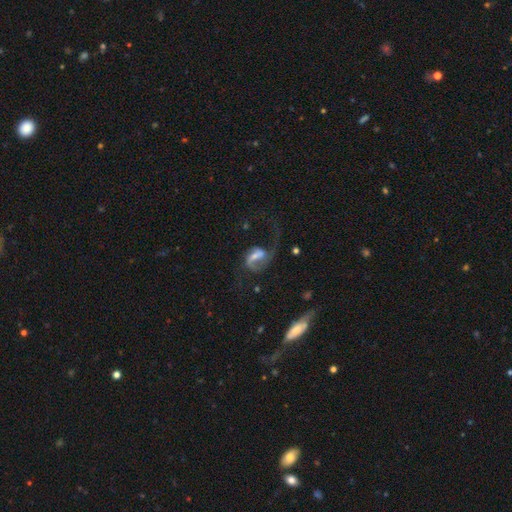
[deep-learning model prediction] The model was most divided on "bulge size": small: 37%, moderate: 34%, none: 18%, large: 9%, dominant: 2%. Remaining: edge-on disk — no (97%); spiral arms — yes (88%); smooth or featured — featured or disk (74%); spiral winding — loose (59%); spiral arm count — 2 (48%); merging — major disturbance (47%); bar — weak (46%).